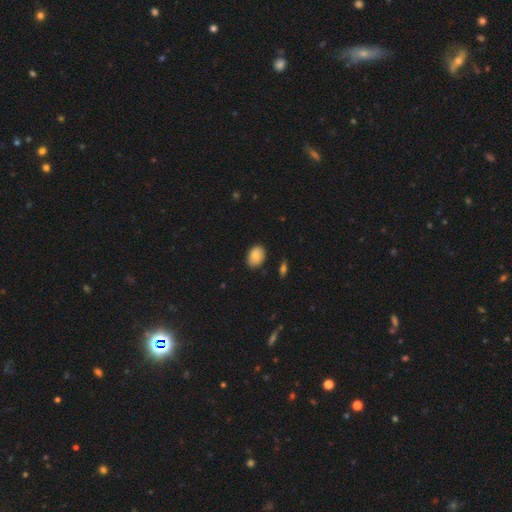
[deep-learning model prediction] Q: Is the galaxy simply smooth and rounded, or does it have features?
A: smooth — 84%.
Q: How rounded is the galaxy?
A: in between — 77%.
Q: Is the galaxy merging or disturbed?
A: none — 84%.